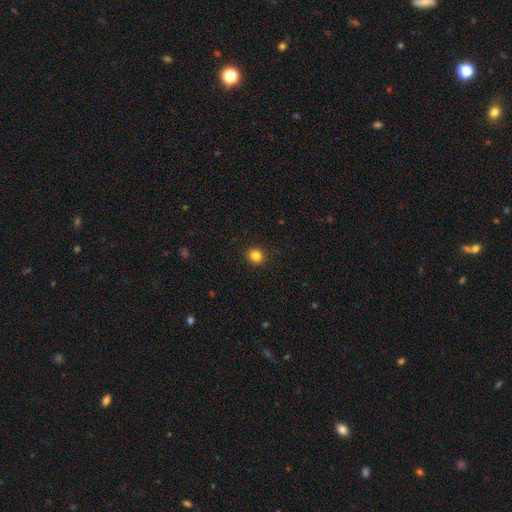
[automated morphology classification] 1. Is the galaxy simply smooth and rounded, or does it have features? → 84% smooth, 12% star or artifact, 4% featured or disk.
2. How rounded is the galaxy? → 87% round, 12% in between, 1% cigar-shaped.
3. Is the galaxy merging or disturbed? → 91% none, 6% minor disturbance, 2% major disturbance, 1% merger.